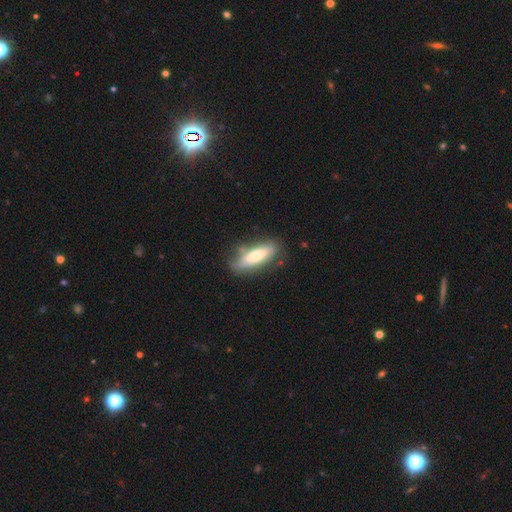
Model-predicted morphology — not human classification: A smooth galaxy with no disk features (62%) that is cigar-shaped (54%). Merging: none (70%).